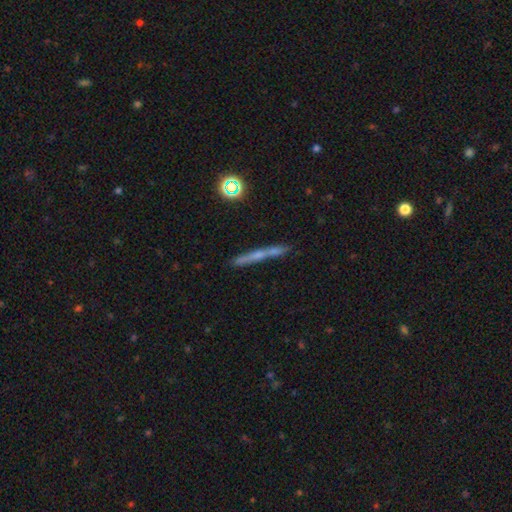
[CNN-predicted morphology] Overall: smooth (44%; featured or disk 43%). Merging: none (75%).